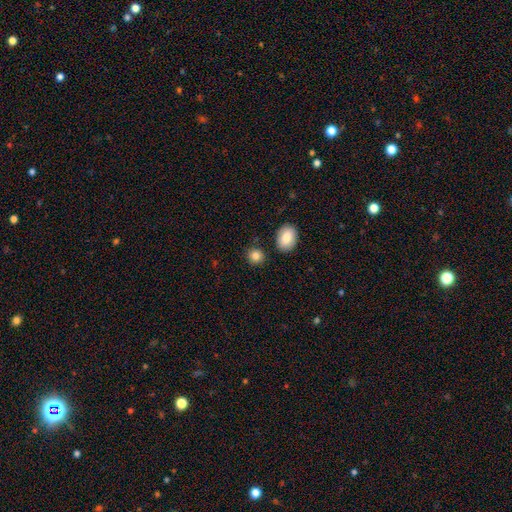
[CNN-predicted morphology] Smooth or featured: smooth — 83% (star or artifact — 10%)
How rounded: round — 80% (in between — 19%)
Merging: none — 82% (minor disturbance — 9%)